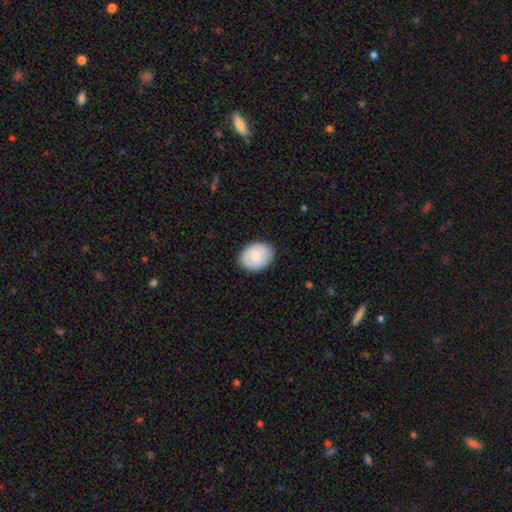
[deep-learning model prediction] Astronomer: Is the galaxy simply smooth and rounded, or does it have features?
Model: smooth — 77%.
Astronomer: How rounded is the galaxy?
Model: in between — 60% (runner-up: round, 39%).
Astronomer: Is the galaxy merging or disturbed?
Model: none — 86%.